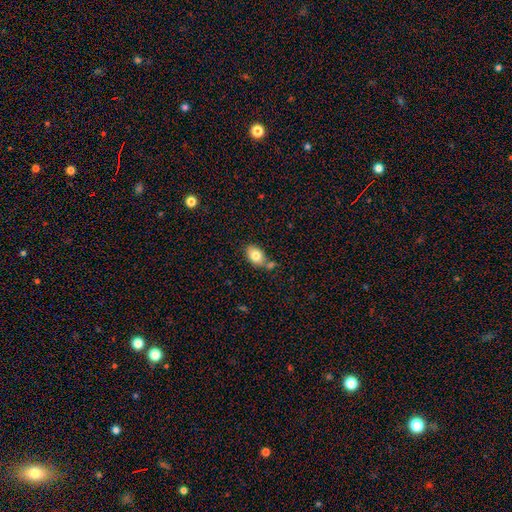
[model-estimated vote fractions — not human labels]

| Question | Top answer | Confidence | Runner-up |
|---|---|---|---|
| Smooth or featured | smooth | 79% | featured or disk (13%) |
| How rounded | in between | 84% | round (15%) |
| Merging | none | 59% | merger (20%) |